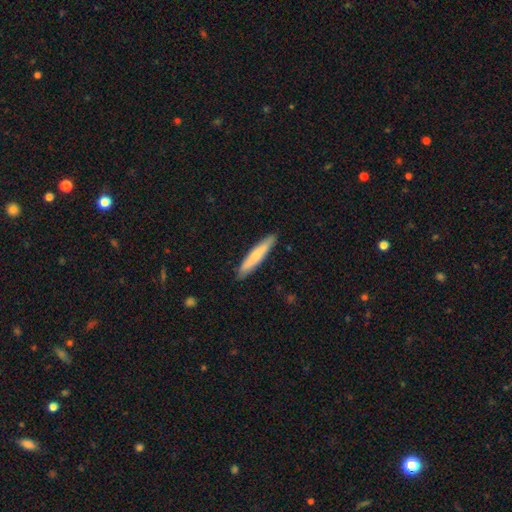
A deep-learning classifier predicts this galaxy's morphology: Smooth or featured: smooth — 70% (featured or disk — 25%)
How rounded: cigar-shaped — 92% (in between — 6%)
Merging: none — 90% (minor disturbance — 8%)